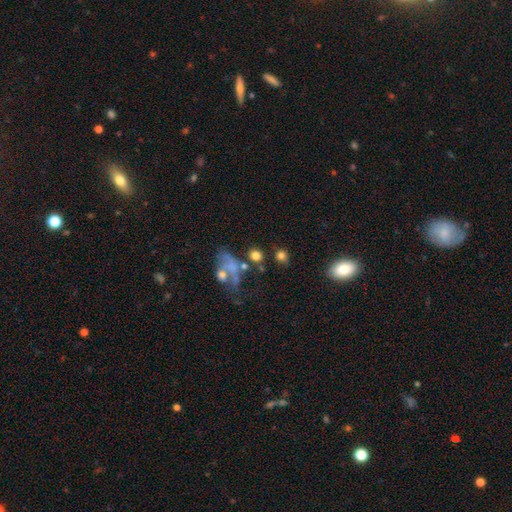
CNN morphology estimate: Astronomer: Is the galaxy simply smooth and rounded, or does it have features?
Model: smooth — 69%.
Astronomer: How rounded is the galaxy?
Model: round — 72%.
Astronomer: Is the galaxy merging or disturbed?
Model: none — 56%.